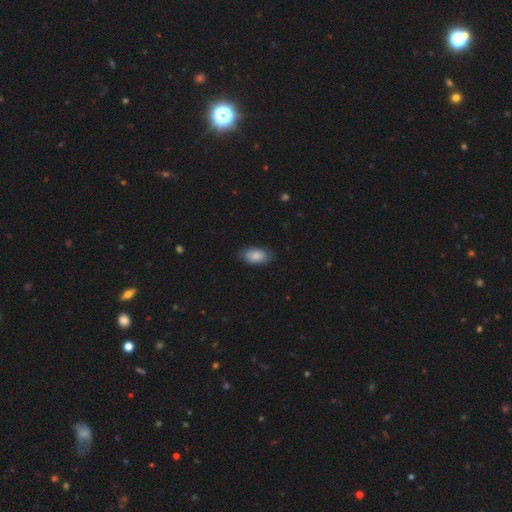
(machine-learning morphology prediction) smooth_or_featured: smooth (p=0.87) [alt: featured or disk p=0.07]
how_rounded: in between (p=0.93) [alt: round p=0.05]
merging: none (p=0.83) [alt: minor disturbance p=0.14]